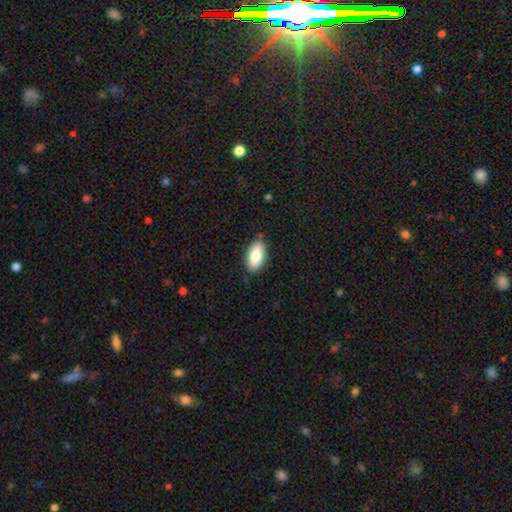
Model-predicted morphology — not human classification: The model was most divided on "smooth or featured": smooth: 83%, featured or disk: 11%, star or artifact: 7%. More confident: how rounded — in between (92%); merging — none (84%).